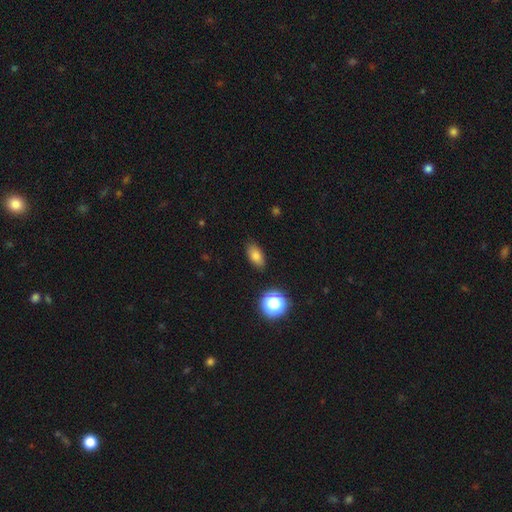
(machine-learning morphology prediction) Q: Smooth or featured?
A: smooth (77%); runner-up: star or artifact (13%)
Q: How rounded?
A: in between (84%); runner-up: round (10%)
Q: Merging?
A: none (86%); runner-up: minor disturbance (10%)